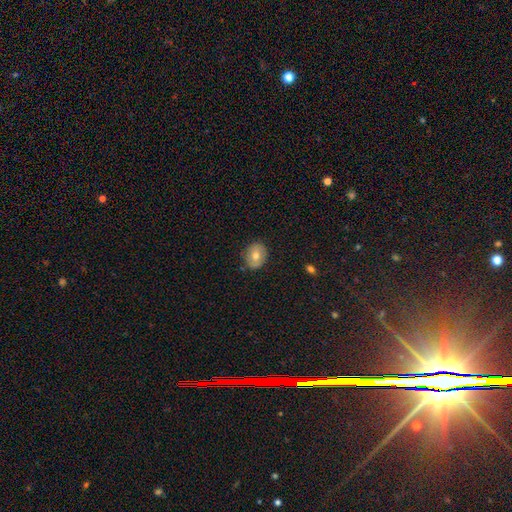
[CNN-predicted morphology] Overall: smooth (64%; featured or disk 27%). How rounded: round (58%; in between 41%). Merging: none (84%).